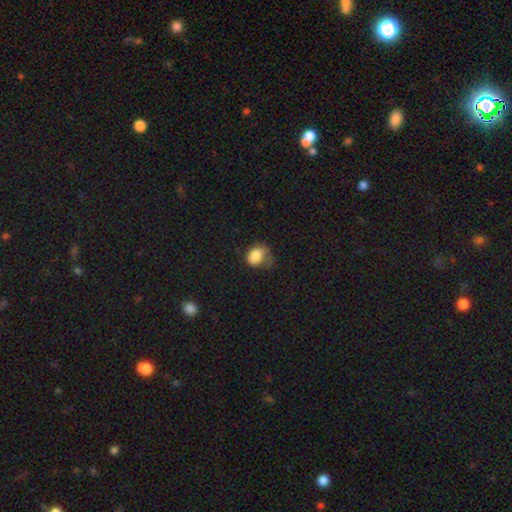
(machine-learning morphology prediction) Smooth or featured?
  - smooth: 81% *
  - featured or disk: 10%
  - star or artifact: 8%
How rounded?
  - in between: 62% *
  - round: 37%
  - cigar-shaped: 1%
Merging?
  - minor disturbance: 35% *
  - major disturbance: 31%
  - none: 31%
  - merger: 3%